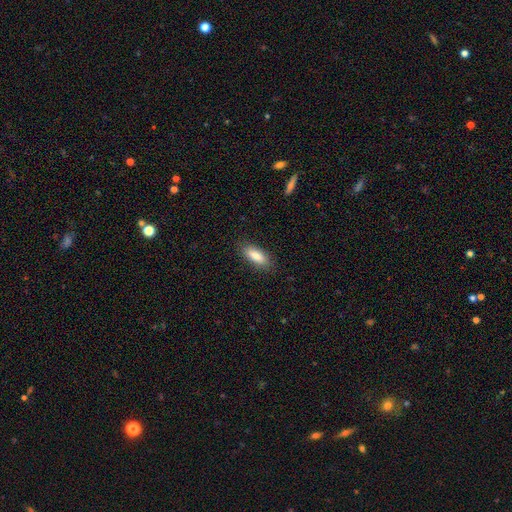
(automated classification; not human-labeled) Q: Smooth or featured?
A: smooth (85%); runner-up: featured or disk (9%)
Q: How rounded?
A: in between (71%); runner-up: cigar-shaped (27%)
Q: Merging?
A: none (86%); runner-up: minor disturbance (11%)